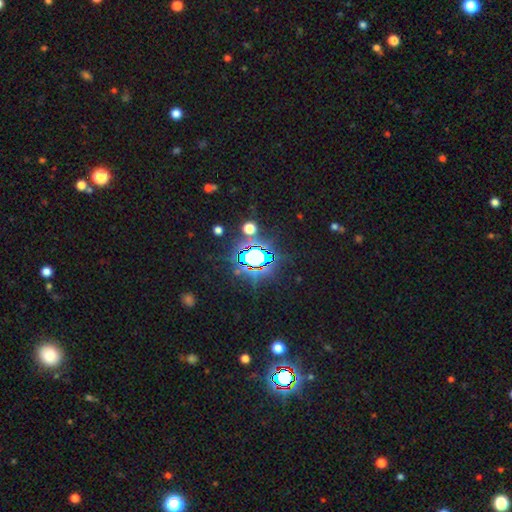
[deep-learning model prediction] A star or artifact, not a galaxy (75%).